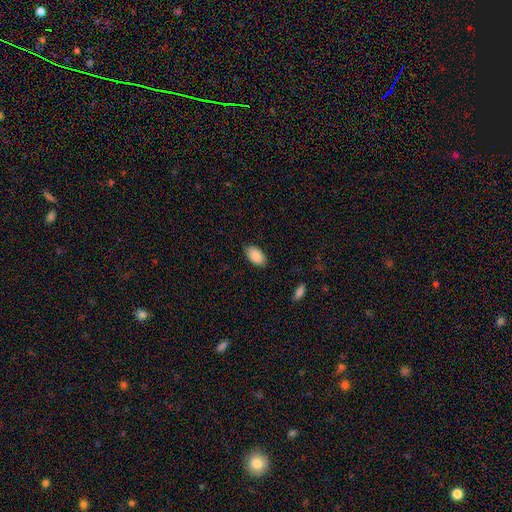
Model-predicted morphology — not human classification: This appears to be a smooth galaxy with no disk features (90%) that is in between round and cigar-shaped (94%). Merging: none (85%).